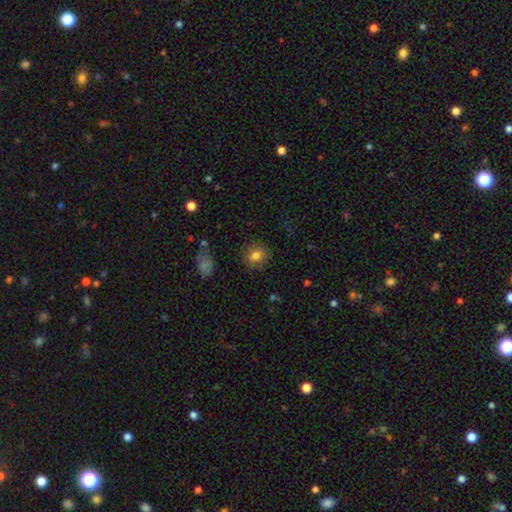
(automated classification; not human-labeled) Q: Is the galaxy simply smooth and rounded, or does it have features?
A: smooth — 80%.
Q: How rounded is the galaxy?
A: round — 84%.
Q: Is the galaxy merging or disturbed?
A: none — 85%.